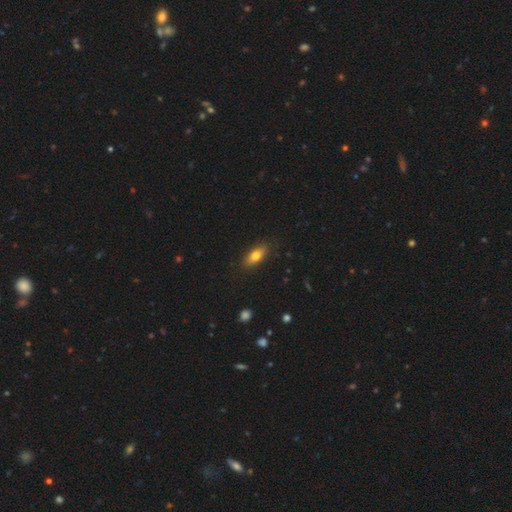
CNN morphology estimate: Q: Smooth or featured?
A: smooth (75%); runner-up: featured or disk (17%)
Q: How rounded?
A: in between (78%); runner-up: cigar-shaped (17%)
Q: Merging?
A: none (86%); runner-up: minor disturbance (10%)